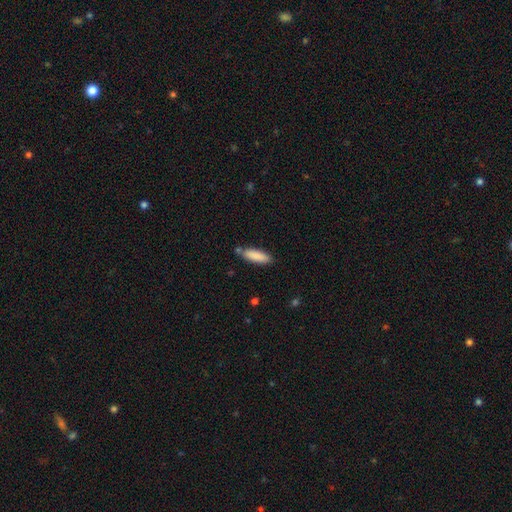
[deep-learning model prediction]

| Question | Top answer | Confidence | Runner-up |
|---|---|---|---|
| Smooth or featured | smooth | 87% | featured or disk (7%) |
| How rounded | cigar-shaped | 51% | in between (47%) |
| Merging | none | 74% | minor disturbance (15%) |